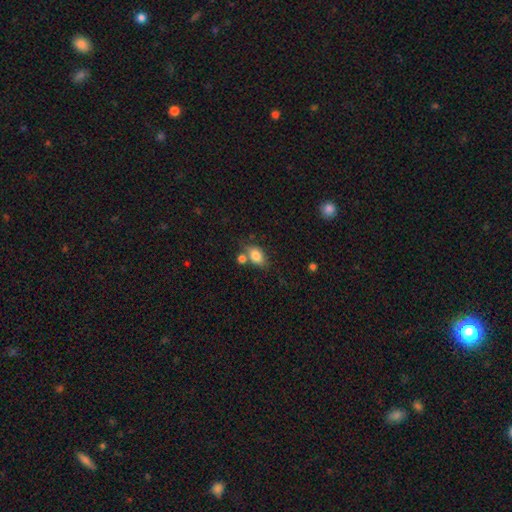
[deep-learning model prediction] This appears to be a smooth galaxy with no disk features (81%) that is in between round and cigar-shaped (80%). Merging: none (57%).